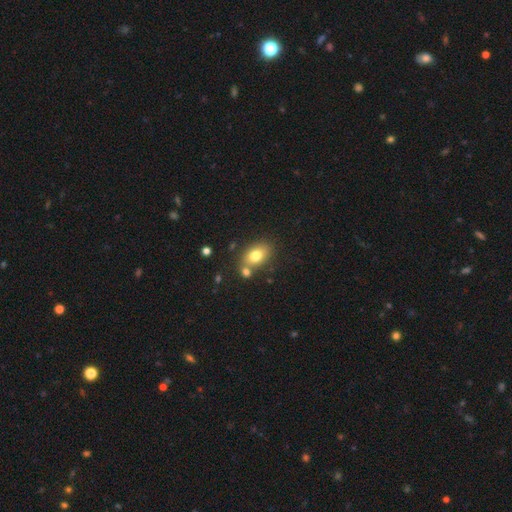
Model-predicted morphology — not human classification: A smooth galaxy with no disk features (78%) that is in between round and cigar-shaped (82%). Merging: none (64%).